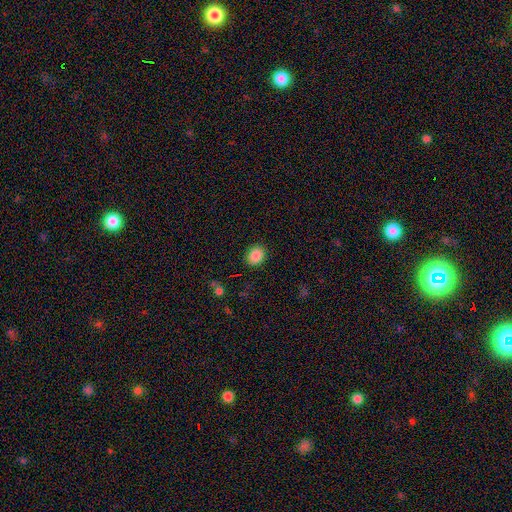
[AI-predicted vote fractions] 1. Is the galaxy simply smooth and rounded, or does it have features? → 87% smooth, 9% star or artifact, 4% featured or disk.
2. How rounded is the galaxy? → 53% round, 46% in between, 1% cigar-shaped.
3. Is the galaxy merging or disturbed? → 88% none, 8% minor disturbance, 2% major disturbance, 1% merger.